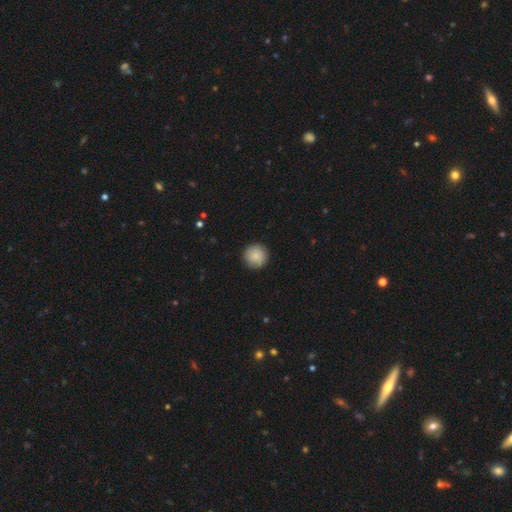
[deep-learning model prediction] smooth 88%, star or artifact 7%, featured or disk 5%. Down the decision tree: how rounded — round (96%); merging — none (92%).